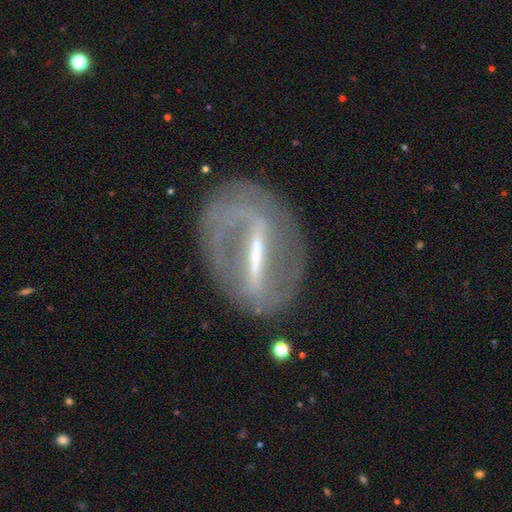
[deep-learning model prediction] smooth_or_featured: featured or disk (p=0.82) [alt: smooth p=0.11]
disk_edge_on: no (p=0.76) [alt: yes p=0.24]
bar: strong (p=0.86) [alt: weak p=0.10]
has_spiral_arms: yes (p=0.51) [alt: no p=0.49]
bulge_size: small (p=0.47) [alt: moderate p=0.29]
merging: none (p=0.75) [alt: minor disturbance p=0.14]